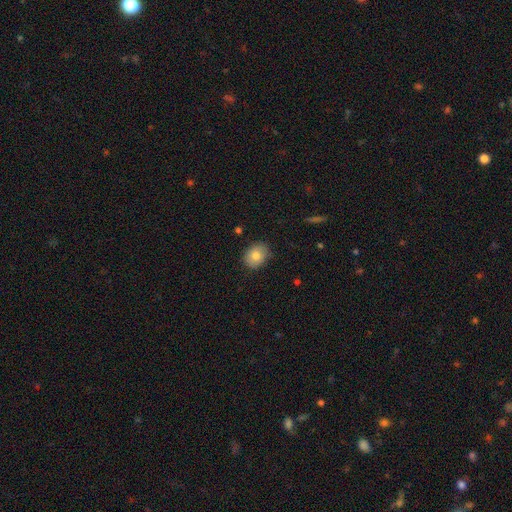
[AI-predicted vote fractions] This is likely a smooth galaxy (79%). How rounded: possibly in between (51%). Merging: clearly none (85%).